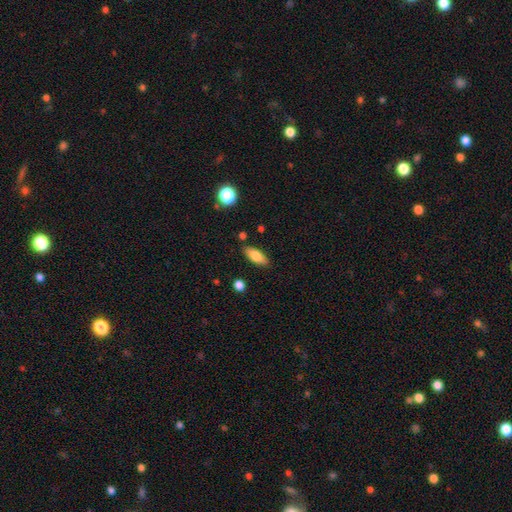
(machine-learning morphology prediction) Smooth or featured: smooth — 78% (featured or disk — 14%)
How rounded: in between — 76% (cigar-shaped — 21%)
Merging: none — 84% (minor disturbance — 11%)